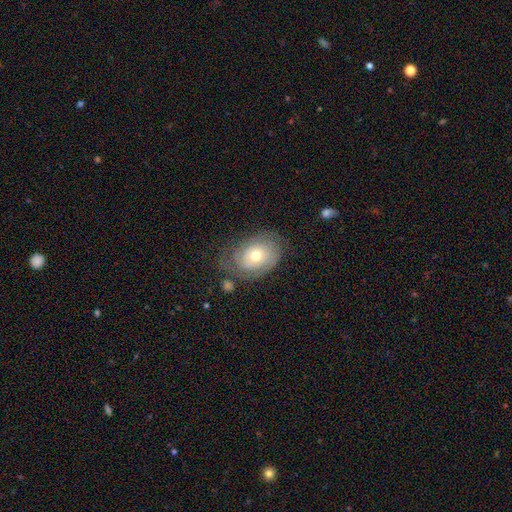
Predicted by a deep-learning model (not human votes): Smooth or featured? featured or disk (59%)
Edge-on disk? no (95%)
Bar? no (85%)
Spiral arms? yes (72%)
Bulge size? moderate (69%)
Merging? none (62%)